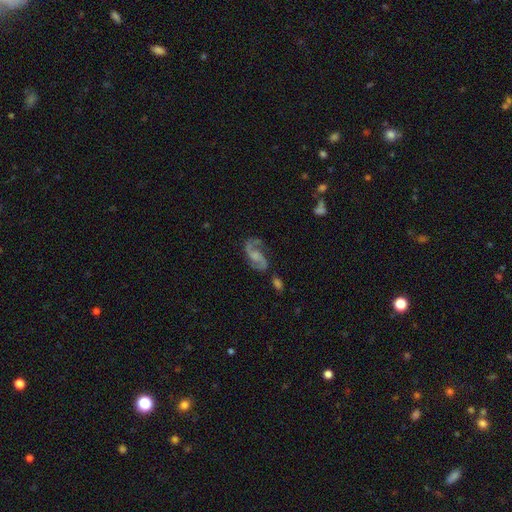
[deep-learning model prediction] This is clearly a featured or disk galaxy (87%). It is clearly not viewed edge-on (97%). Bar: possibly no (51%). Spiral arm pattern: clearly yes (96%). Spiral arm count: clearly 2 (91%). Spiral winding: possibly medium (46%). Central bulge: marginally none (34%). Merging: likely none (67%).